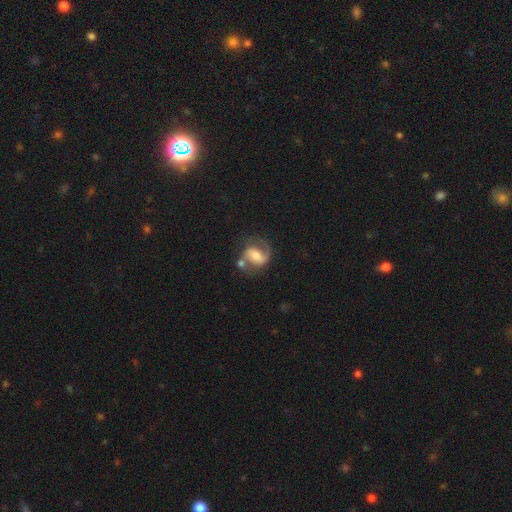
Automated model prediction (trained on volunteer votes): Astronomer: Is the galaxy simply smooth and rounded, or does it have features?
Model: featured or disk — 71%.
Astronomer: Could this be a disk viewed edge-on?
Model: no — 97%.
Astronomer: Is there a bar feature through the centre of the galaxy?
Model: weak — 41% (runner-up: no, 30%).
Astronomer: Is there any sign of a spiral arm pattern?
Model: yes — 91%.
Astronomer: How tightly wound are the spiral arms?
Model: medium — 50% (runner-up: loose, 31%).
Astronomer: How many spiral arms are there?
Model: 2 — 72%.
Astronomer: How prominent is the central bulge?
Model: moderate — 44% (runner-up: small, 29%).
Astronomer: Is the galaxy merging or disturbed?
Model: none — 51%.